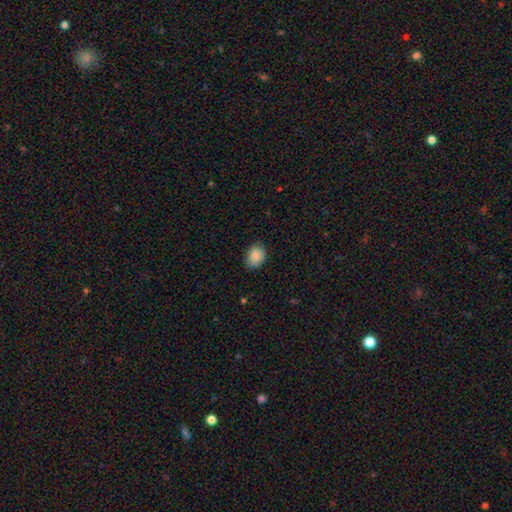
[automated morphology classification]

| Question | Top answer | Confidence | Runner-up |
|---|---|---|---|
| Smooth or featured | smooth | 89% | star or artifact (8%) |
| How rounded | in between | 61% | round (38%) |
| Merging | none | 81% | minor disturbance (15%) |